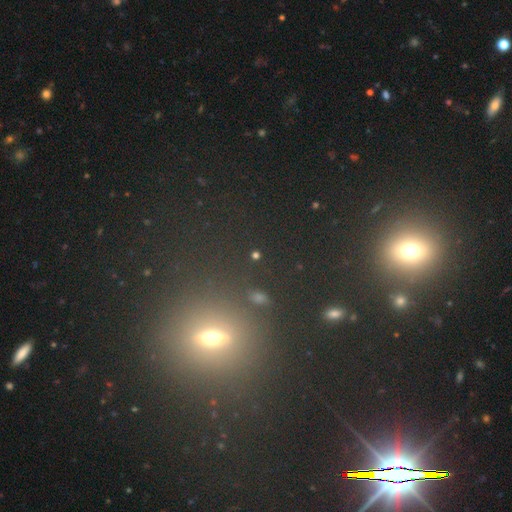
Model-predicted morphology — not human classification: star or artifact 52%, smooth 34%, featured or disk 14%.